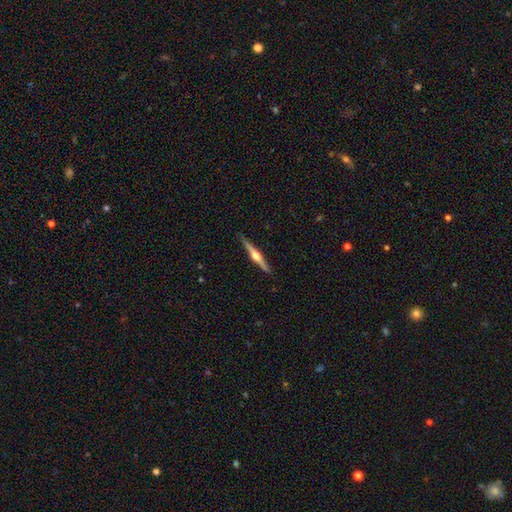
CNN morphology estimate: Q: Smooth or featured?
A: featured or disk (78%); runner-up: smooth (17%)
Q: Edge-on disk?
A: yes (98%); runner-up: no (2%)
Q: Edge-on bulge?
A: rounded (94%); runner-up: boxy (4%)
Q: Merging?
A: none (90%); runner-up: minor disturbance (8%)